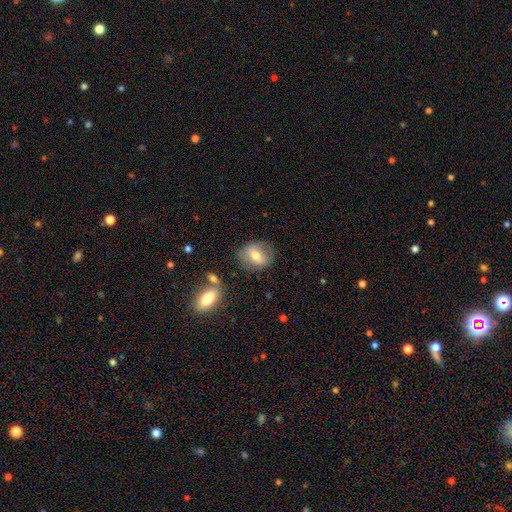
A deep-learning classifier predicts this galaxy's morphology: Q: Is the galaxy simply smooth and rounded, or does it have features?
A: smooth — 61%.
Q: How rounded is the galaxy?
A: round — 50%.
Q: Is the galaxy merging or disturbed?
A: none — 70%.